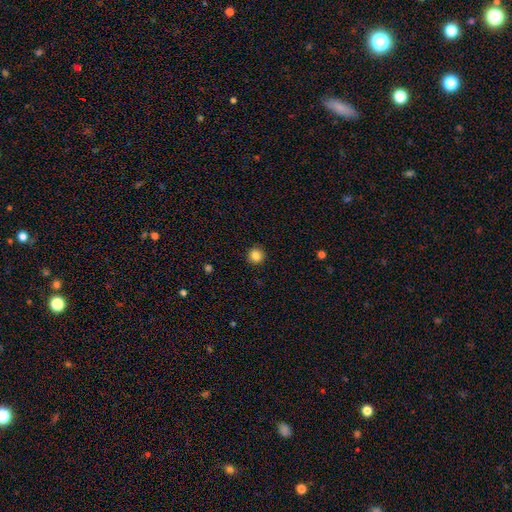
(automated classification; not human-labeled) Morphology: type=smooth (84%); roundness=round (92%); merging=none (91%).